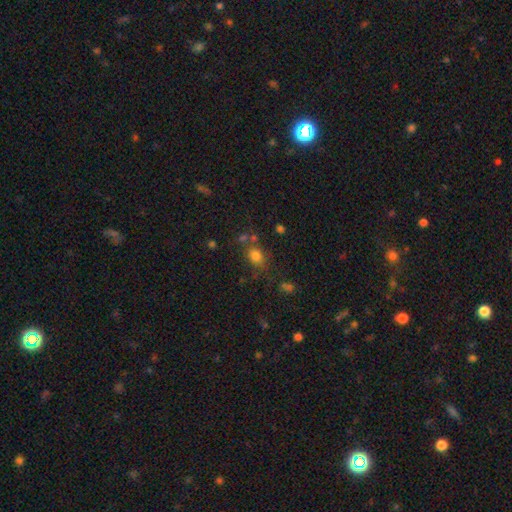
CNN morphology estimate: This is likely a smooth galaxy (76%). How rounded: possibly round (55%). Merging: likely none (64%).